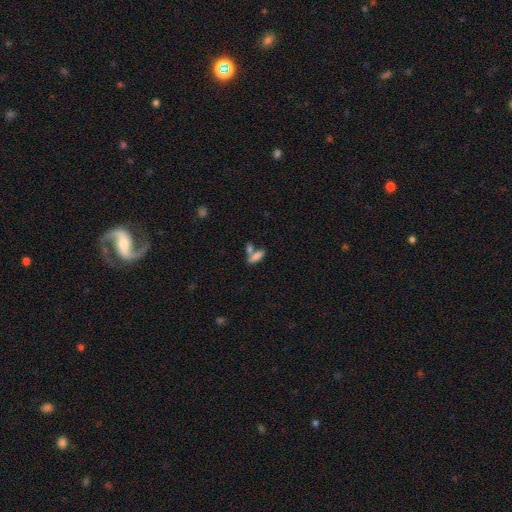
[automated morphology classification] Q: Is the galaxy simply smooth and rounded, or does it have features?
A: smooth — 80%.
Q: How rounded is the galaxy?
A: in between — 60%.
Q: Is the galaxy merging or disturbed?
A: none — 43%, tied with merger.